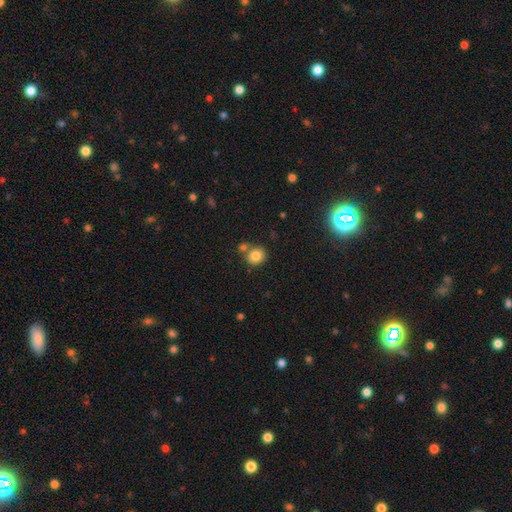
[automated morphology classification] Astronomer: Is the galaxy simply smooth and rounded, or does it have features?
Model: smooth — 82%.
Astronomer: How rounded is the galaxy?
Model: round — 83%.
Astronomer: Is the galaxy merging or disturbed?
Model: none — 64%.